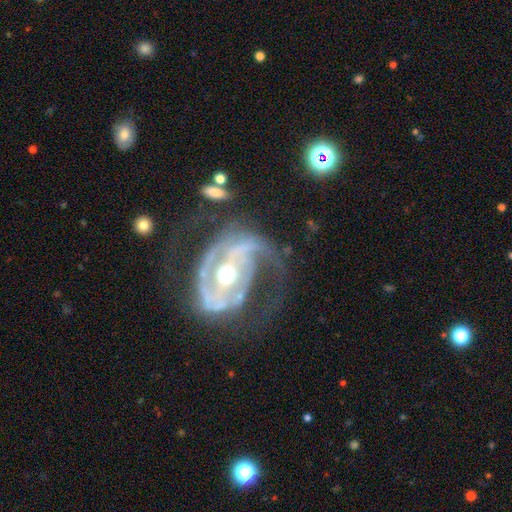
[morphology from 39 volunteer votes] type=featured or disk (92%); edge-on=no (100%); bar=weak (39%); spiral arms=yes (100%); winding=medium (53%); arm count=2 (47%); bulge=moderate (86%); merging=none (43%).